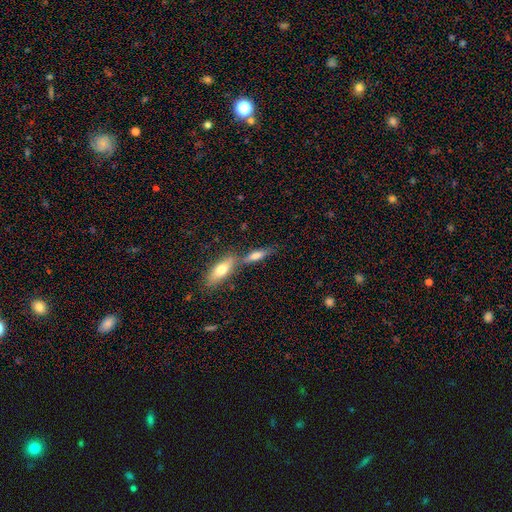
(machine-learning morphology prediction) Smooth or featured? smooth (64%)
How rounded? cigar-shaped (54%)
Merging? none (50%)